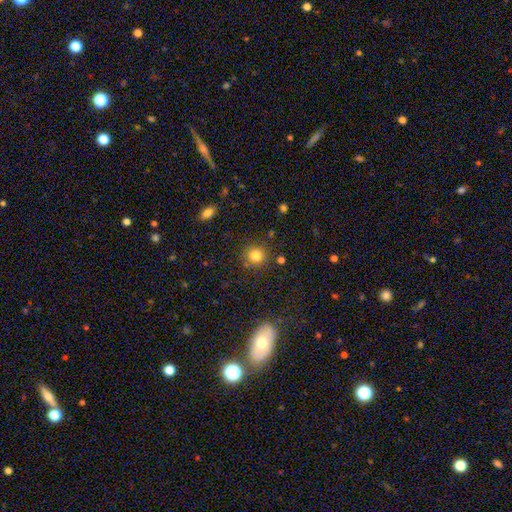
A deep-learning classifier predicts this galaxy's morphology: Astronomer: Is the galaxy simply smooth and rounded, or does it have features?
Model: smooth — 82%.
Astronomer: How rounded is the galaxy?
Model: round — 91%.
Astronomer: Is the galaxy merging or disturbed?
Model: none — 85%.